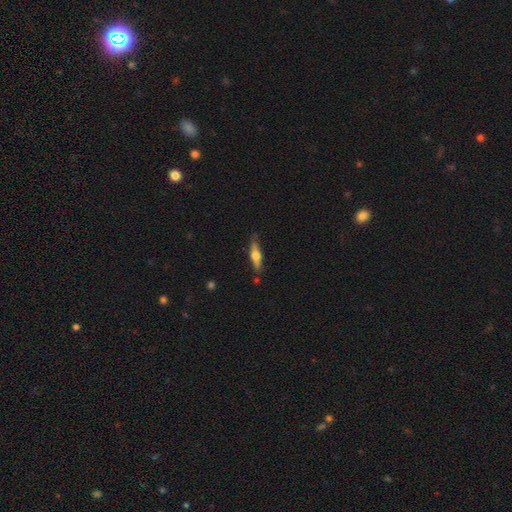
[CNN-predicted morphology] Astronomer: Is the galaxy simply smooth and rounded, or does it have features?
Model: featured or disk — 52% (runner-up: smooth, 42%).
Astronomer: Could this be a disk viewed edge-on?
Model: yes — 94%.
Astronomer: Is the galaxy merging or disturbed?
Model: none — 79%.